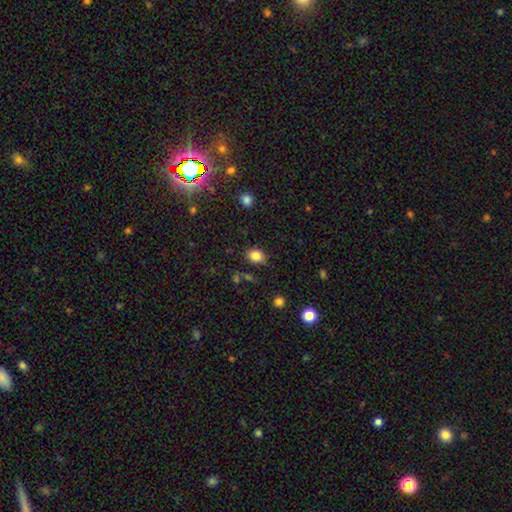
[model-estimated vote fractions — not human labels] This is clearly a smooth galaxy (84%). How rounded: possibly in between (54%). Merging: likely none (80%).